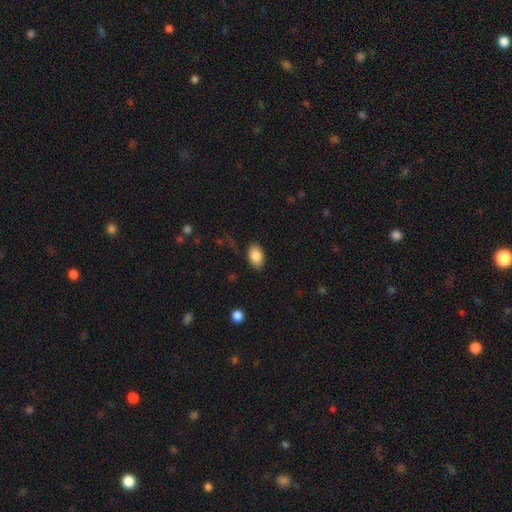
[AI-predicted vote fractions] A smooth galaxy with no disk features (85%) that is in between round and cigar-shaped (90%).

Vote fractions:
- Smooth or featured? smooth: 85% / featured or disk: 8% / star or artifact: 7%
- How rounded? in between: 90% / round: 9% / cigar-shaped: 1%
- Merging? none: 86% / minor disturbance: 10% / major disturbance: 3% / merger: 1%